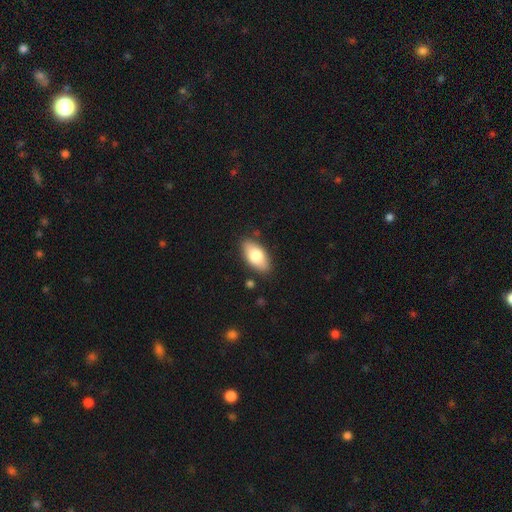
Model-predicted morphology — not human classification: Q: Smooth or featured?
A: smooth (76%); runner-up: featured or disk (17%)
Q: How rounded?
A: in between (92%); runner-up: cigar-shaped (5%)
Q: Merging?
A: none (85%); runner-up: minor disturbance (11%)